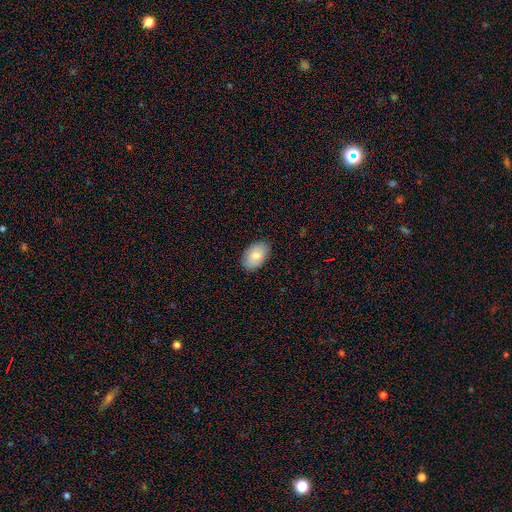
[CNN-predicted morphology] smooth_or_featured: smooth (p=0.81) [alt: featured or disk p=0.13]
how_rounded: in between (p=0.92) [alt: round p=0.07]
merging: none (p=0.86) [alt: minor disturbance p=0.11]